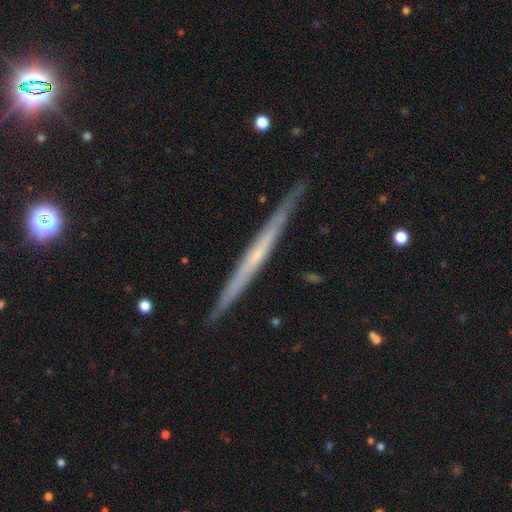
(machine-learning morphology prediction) Overall: featured or disk (68%). Edge-on disk: yes (97%). Edge-on bulge: none (78%). Merging: none (89%).